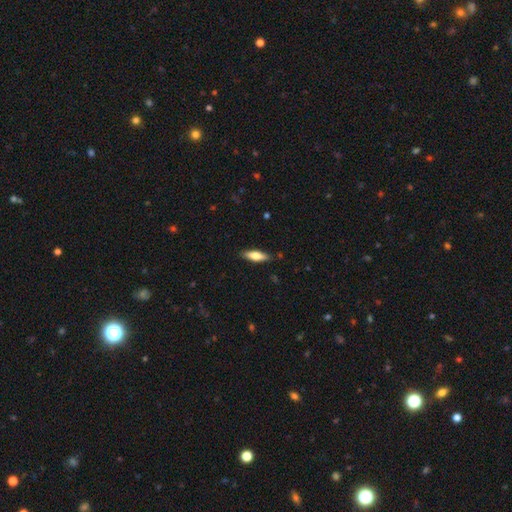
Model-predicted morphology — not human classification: Smooth or featured?
  - smooth: 66% *
  - featured or disk: 28%
  - star or artifact: 6%
How rounded?
  - cigar-shaped: 51% *
  - in between: 47%
  - round: 2%
Merging?
  - none: 87% *
  - minor disturbance: 10%
  - major disturbance: 2%
  - merger: 1%